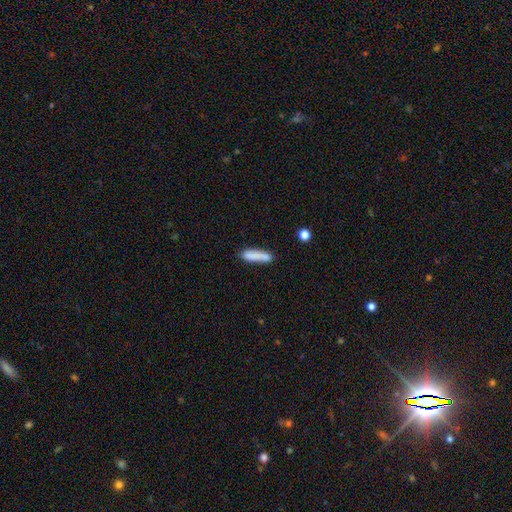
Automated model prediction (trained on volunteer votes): Smooth or featured? Predicted: smooth (p=0.80). How rounded? Predicted: cigar-shaped (p=0.78). Merging? Predicted: none (p=0.69).